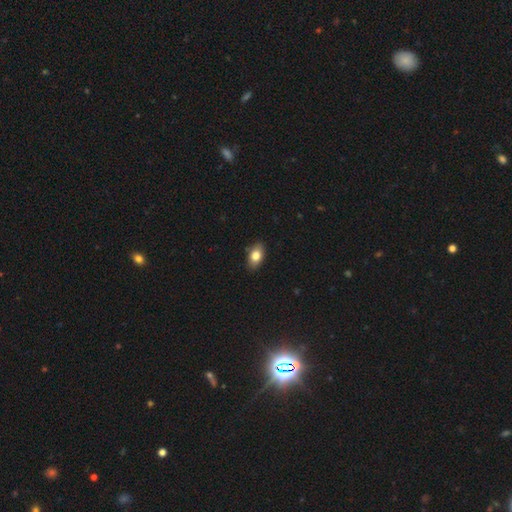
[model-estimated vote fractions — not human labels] Smooth or featured? Predicted: smooth (p=0.79). How rounded? Predicted: in between (p=0.89). Merging? Predicted: none (p=0.86).